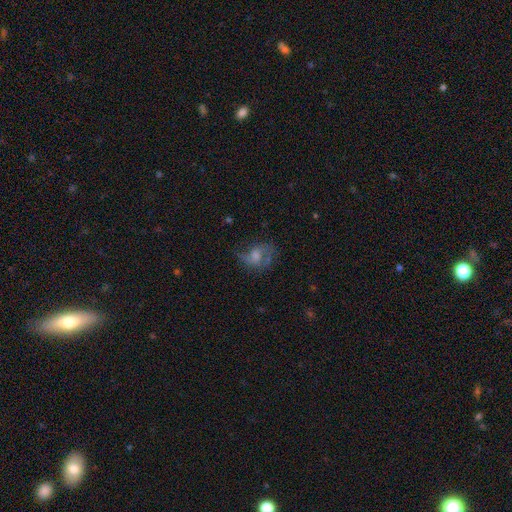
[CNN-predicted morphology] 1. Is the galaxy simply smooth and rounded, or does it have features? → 55% featured or disk, 30% smooth, 15% star or artifact.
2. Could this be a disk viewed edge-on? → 96% no, 4% yes.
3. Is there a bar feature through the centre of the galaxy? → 64% no, 31% weak, 5% strong.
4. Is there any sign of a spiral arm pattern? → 75% yes, 25% no.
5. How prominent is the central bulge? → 46% moderate, 24% small, 15% large, 13% none, 2% dominant.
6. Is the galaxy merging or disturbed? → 51% none, 24% major disturbance, 22% minor disturbance, 3% merger.